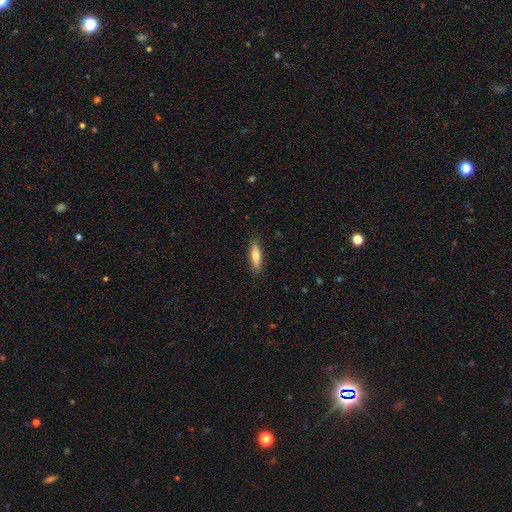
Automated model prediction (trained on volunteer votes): Overall: smooth (67%). How rounded: cigar-shaped (62%; in between 36%). Merging: none (86%).